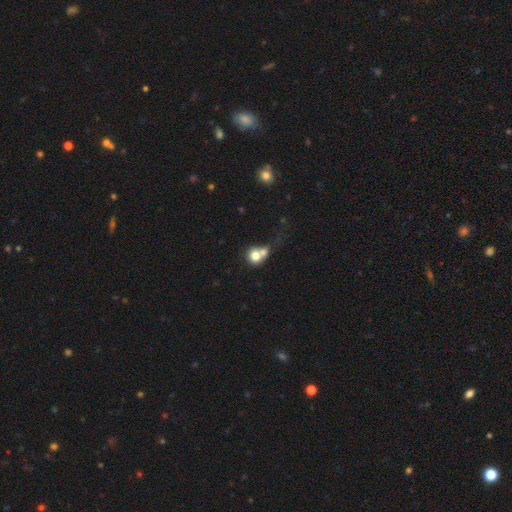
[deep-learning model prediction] Smooth or featured? smooth (73%)
How rounded? round (77%)
Merging? merger (57%)